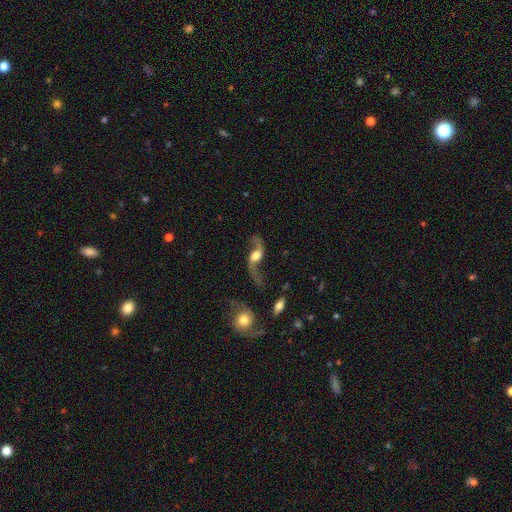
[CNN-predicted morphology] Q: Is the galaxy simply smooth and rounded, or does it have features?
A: featured or disk — 88%.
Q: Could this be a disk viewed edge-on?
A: no — 92%.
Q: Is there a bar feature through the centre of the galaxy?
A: no — 54%.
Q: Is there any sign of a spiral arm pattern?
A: yes — 96%.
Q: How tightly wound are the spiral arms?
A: loose — 91%.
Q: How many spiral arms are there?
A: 2 — 94%.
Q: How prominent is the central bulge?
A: moderate — 45%.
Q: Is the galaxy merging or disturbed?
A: none — 66%.